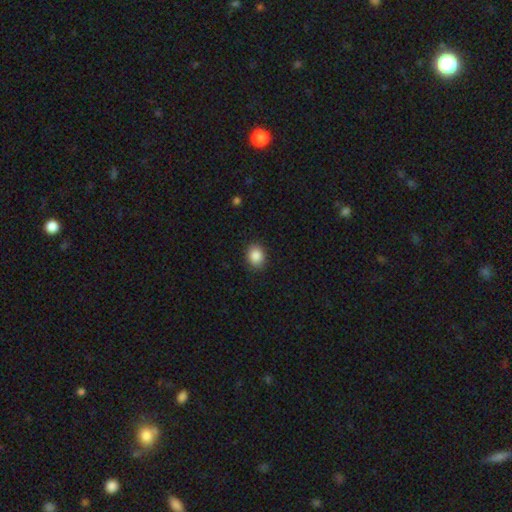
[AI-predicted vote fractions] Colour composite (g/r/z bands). It shows a smooth galaxy with no disk features (88%) that is round (50%). Merging: none (89%).